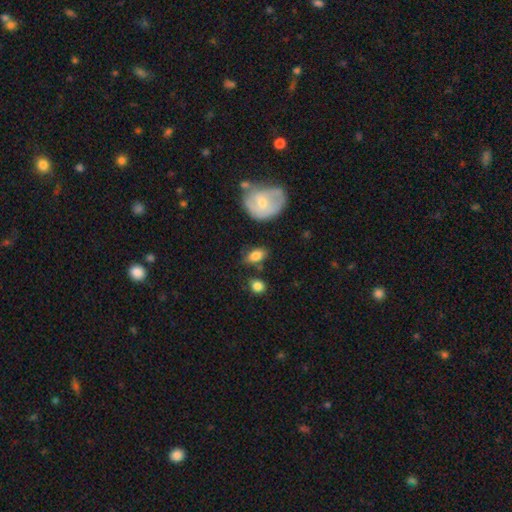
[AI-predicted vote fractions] The model was most divided on "merging": none: 69%, minor disturbance: 18%, merger: 8%, major disturbance: 5%. More confident: how rounded — in between (83%); smooth or featured — smooth (80%).